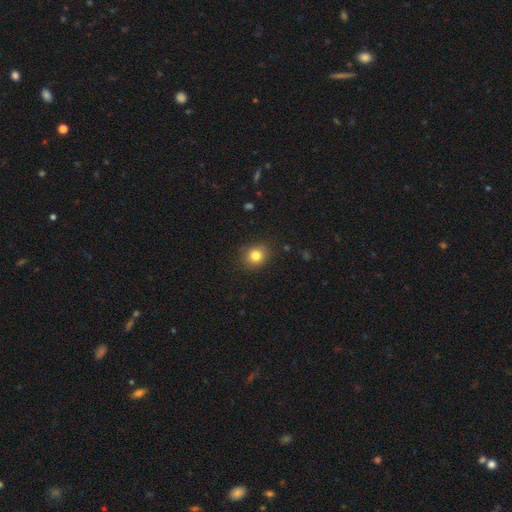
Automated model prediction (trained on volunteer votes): Smooth or featured? Predicted: smooth (p=0.81). How rounded? Predicted: round (p=0.75). Merging? Predicted: none (p=0.87).